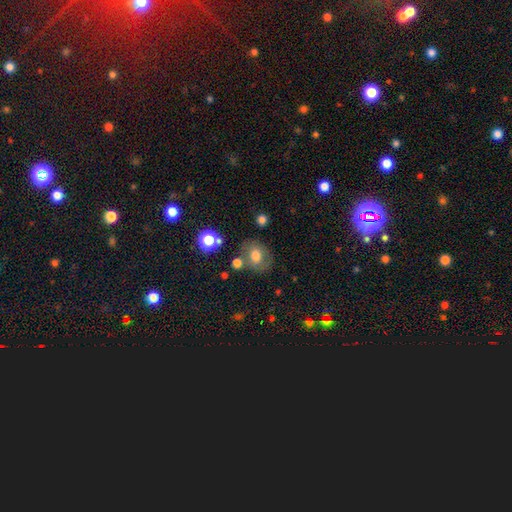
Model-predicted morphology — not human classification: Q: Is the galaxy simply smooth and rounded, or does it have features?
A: smooth — 67%.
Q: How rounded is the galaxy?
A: round — 56%.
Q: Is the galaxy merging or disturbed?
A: none — 67%.